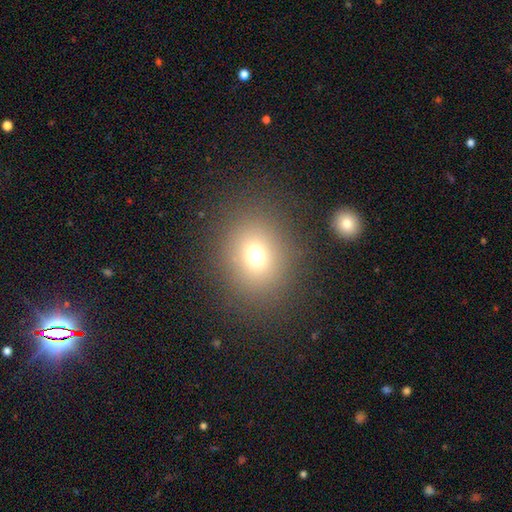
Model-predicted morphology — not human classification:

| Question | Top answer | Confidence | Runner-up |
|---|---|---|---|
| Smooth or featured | smooth | 70% | star or artifact (19%) |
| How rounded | round | 66% | in between (33%) |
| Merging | none | 83% | minor disturbance (8%) |